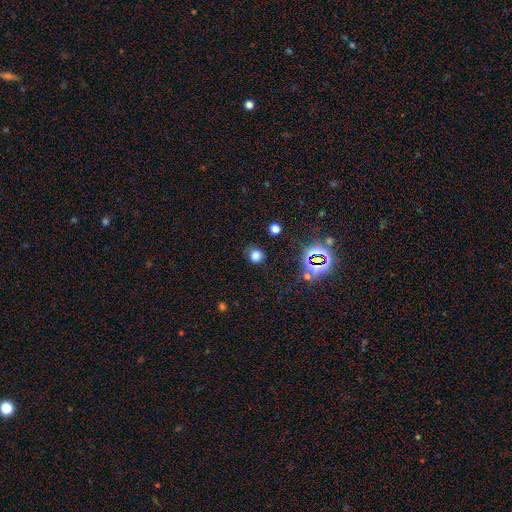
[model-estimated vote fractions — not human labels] Overall: smooth (73%). How rounded: round (82%). Merging: none (76%).